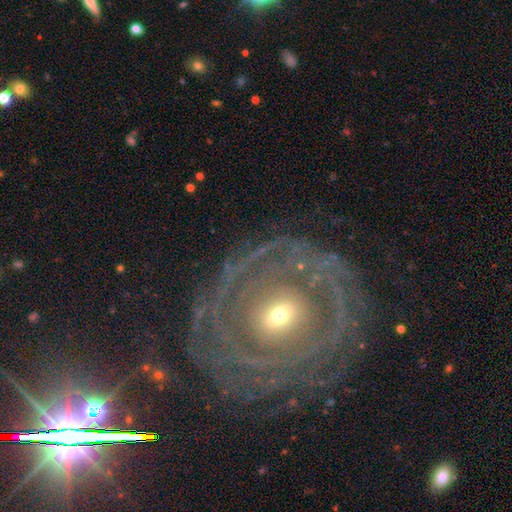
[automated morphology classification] smooth_or_featured: featured or disk (p=0.77) [alt: smooth p=0.12]
disk_edge_on: no (p=0.95) [alt: yes p=0.05]
bar: no (p=0.63) [alt: weak p=0.24]
has_spiral_arms: yes (p=0.74) [alt: no p=0.26]
spiral_winding: tight (p=0.79) [alt: medium p=0.16]
spiral_arm_count: can't tell (p=0.46) [alt: 2 p=0.17]
bulge_size: moderate (p=0.48) [alt: small p=0.46]
merging: none (p=0.78) [alt: minor disturbance p=0.12]